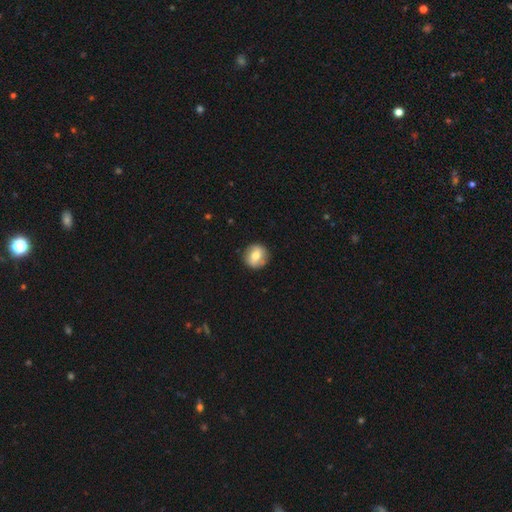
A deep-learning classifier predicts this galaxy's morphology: This appears to be a smooth galaxy with no disk features (64%) that is round (91%). Merging: none (88%).